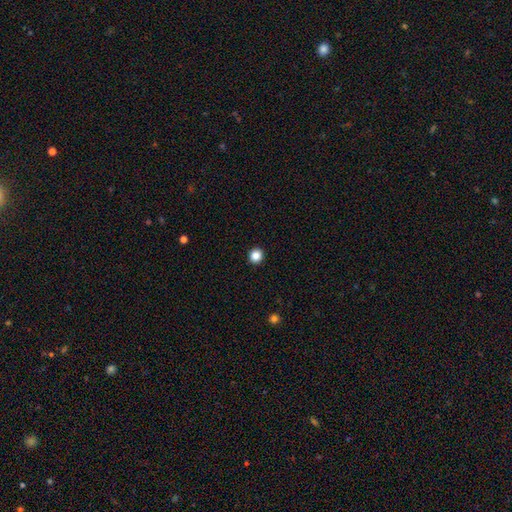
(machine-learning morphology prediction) This appears to be a smooth galaxy with no disk features (86%) that is round (91%). Merging: none (94%).